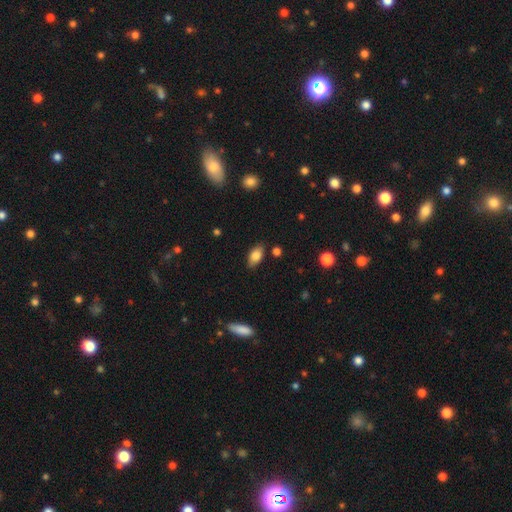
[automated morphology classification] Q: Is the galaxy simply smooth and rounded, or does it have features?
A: smooth — 81%.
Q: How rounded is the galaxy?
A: in between — 90%.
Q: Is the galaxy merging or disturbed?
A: none — 82%.